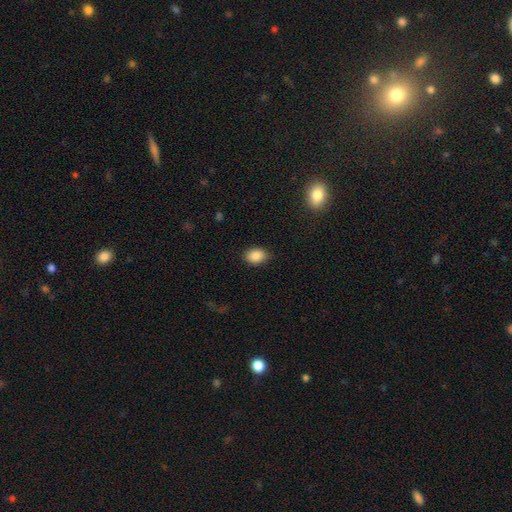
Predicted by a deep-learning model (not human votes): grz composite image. It shows a smooth galaxy with no disk features (87%) that is in between round and cigar-shaped (75%). Merging: none (86%).